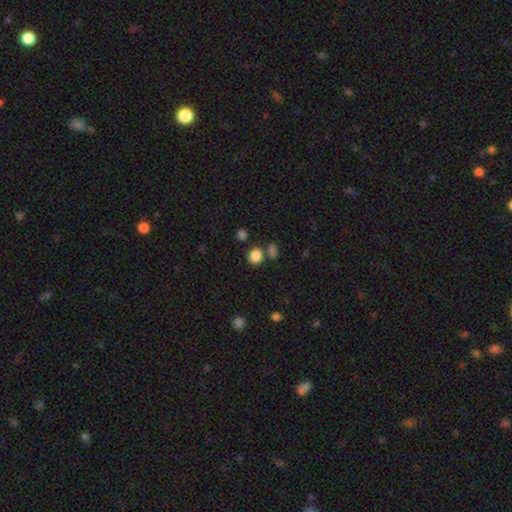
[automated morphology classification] A smooth galaxy with no disk features (85%) that is round (84%).

Vote fractions:
- Smooth or featured? smooth: 85% / star or artifact: 11% / featured or disk: 4%
- How rounded? round: 84% / in between: 15% / cigar-shaped: 1%
- Merging? none: 73% / merger: 14% / minor disturbance: 9% / major disturbance: 3%